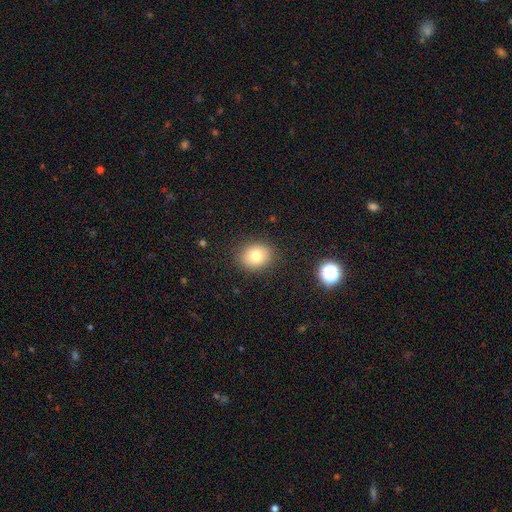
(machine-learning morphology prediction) This appears to be a smooth galaxy with no disk features (79%) that is round (52%). Merging: none (87%).